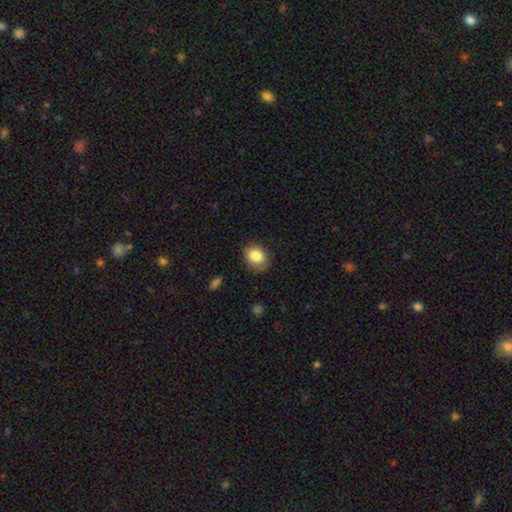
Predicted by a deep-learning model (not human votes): The model was most divided on "how rounded": in between: 51%, round: 48%, cigar-shaped: 1%. More confident: smooth or featured — smooth (83%); merging — none (77%).